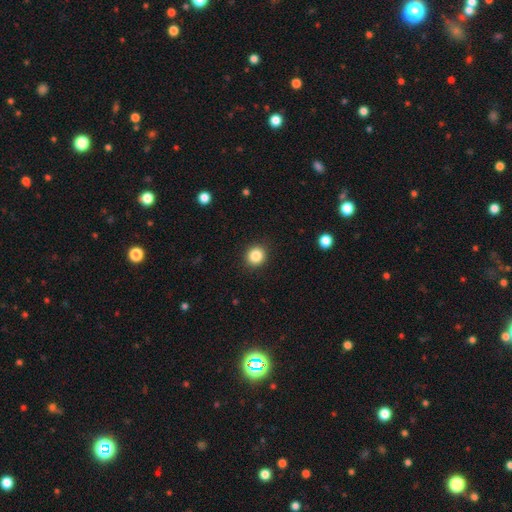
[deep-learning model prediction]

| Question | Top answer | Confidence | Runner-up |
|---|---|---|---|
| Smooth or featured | smooth | 85% | star or artifact (10%) |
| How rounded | round | 88% | in between (11%) |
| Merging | none | 91% | minor disturbance (6%) |